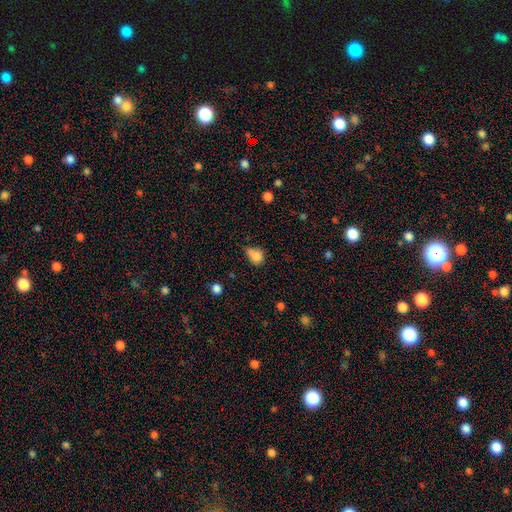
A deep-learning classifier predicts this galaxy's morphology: Overall: smooth (81%). How rounded: in between (55%; round 43%). Merging: minor disturbance (41%; none 35%).